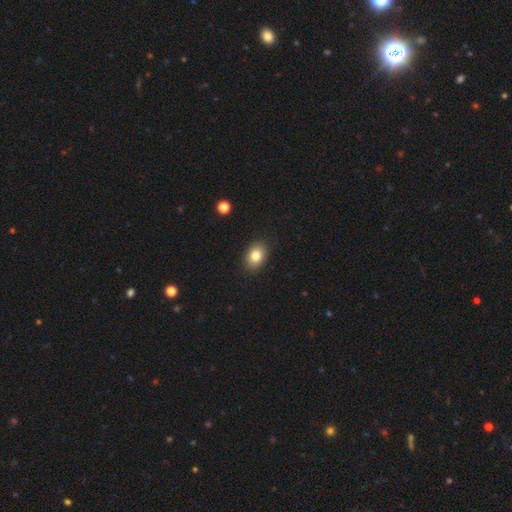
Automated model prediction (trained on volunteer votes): Overall: smooth (82%). How rounded: in between (77%). Merging: none (88%).